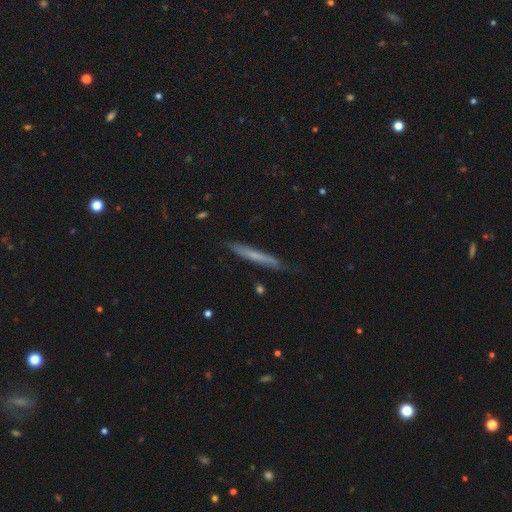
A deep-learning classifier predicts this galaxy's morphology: This is possibly a smooth galaxy (56%). How rounded: clearly cigar-shaped (96%). Merging: clearly none (81%).